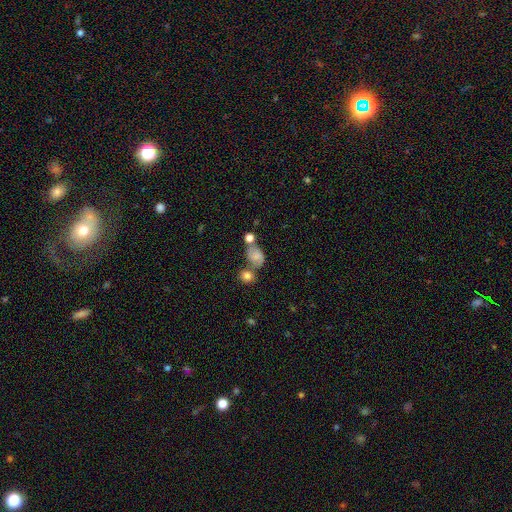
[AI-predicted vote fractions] This appears to be a smooth galaxy with no disk features (51%) that is in between round and cigar-shaped (65%). Merging: none (36%).